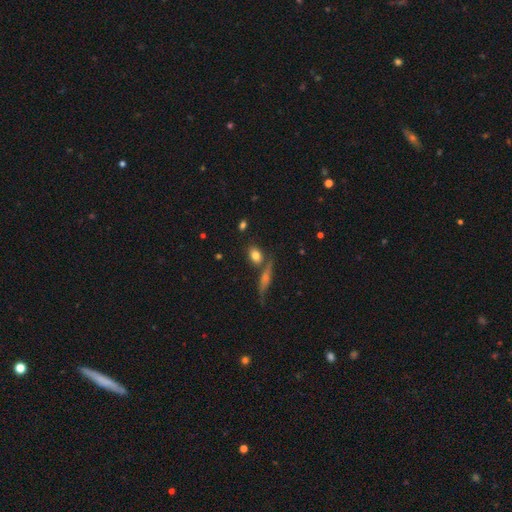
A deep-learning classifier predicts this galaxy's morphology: type=smooth (79%); roundness=in between (74%); merging=none (67%).